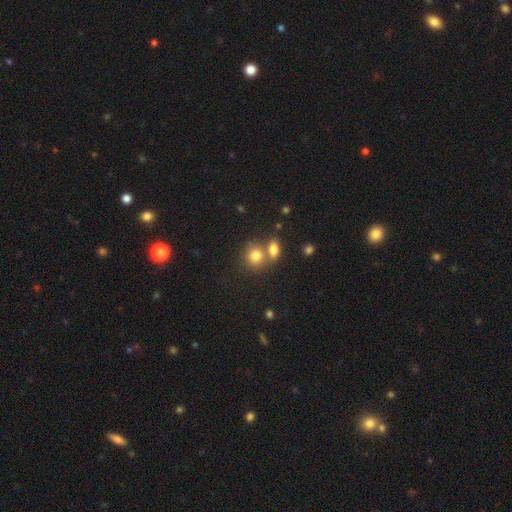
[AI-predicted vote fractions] smooth_or_featured: smooth (p=0.81) [alt: star or artifact p=0.10]
how_rounded: round (p=0.70) [alt: in between p=0.29]
merging: none (p=0.45) [alt: merger p=0.43]